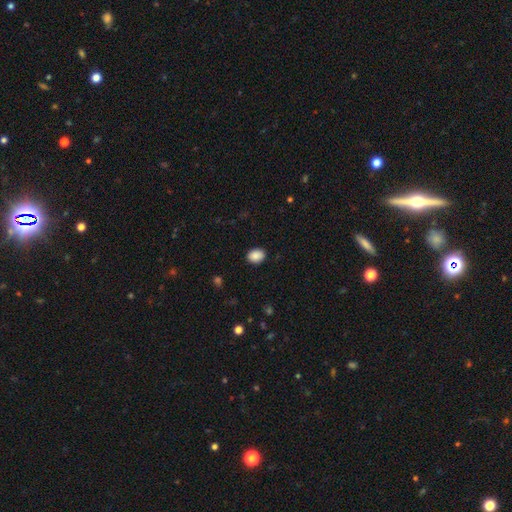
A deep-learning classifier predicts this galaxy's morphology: Overall: smooth (88%). How rounded: in between (60%; round 39%). Merging: none (88%).